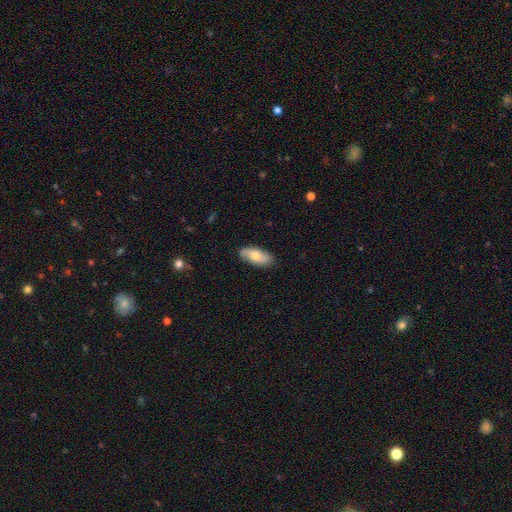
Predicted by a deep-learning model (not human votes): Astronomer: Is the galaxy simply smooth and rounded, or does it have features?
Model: smooth — 61%.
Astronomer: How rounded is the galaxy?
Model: in between — 86%.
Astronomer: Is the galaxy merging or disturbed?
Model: none — 85%.